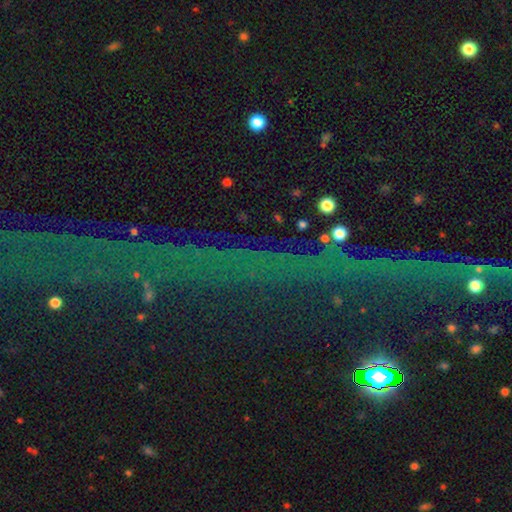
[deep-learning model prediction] Smooth or featured? Predicted: star or artifact (p=0.72).